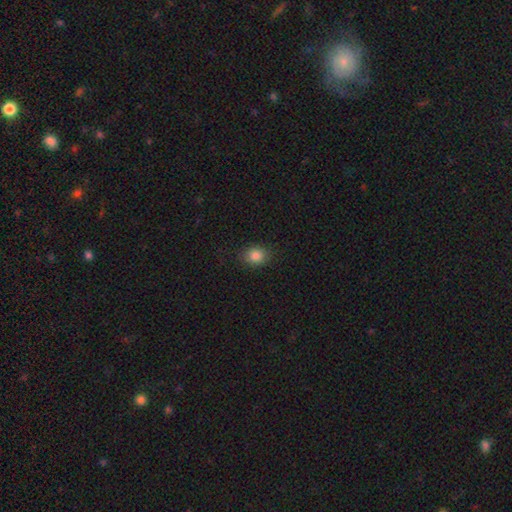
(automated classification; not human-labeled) This appears to be a smooth galaxy with no disk features (83%) that is round (60%). Merging: none (87%).